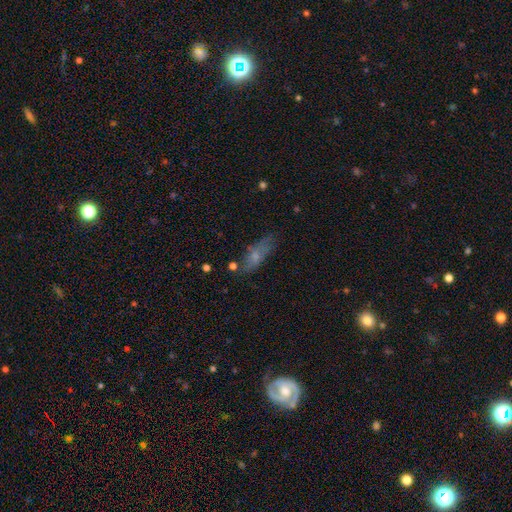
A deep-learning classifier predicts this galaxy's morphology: This appears to be a smooth galaxy with no disk features (58%) that is in between round and cigar-shaped (59%). Merging: none (61%).